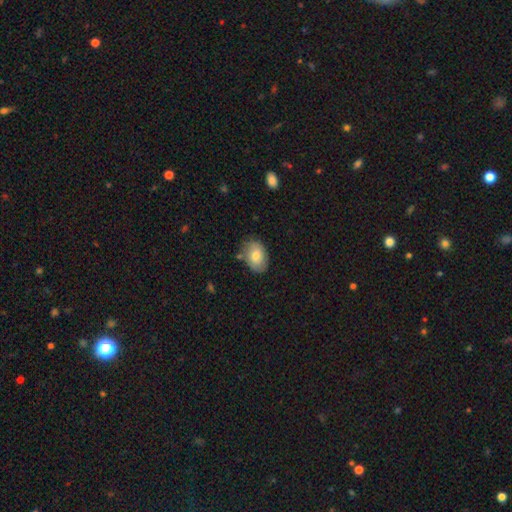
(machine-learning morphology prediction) Smooth or featured: smooth — 75% (featured or disk — 18%)
How rounded: in between — 82% (round — 17%)
Merging: none — 76% (minor disturbance — 17%)